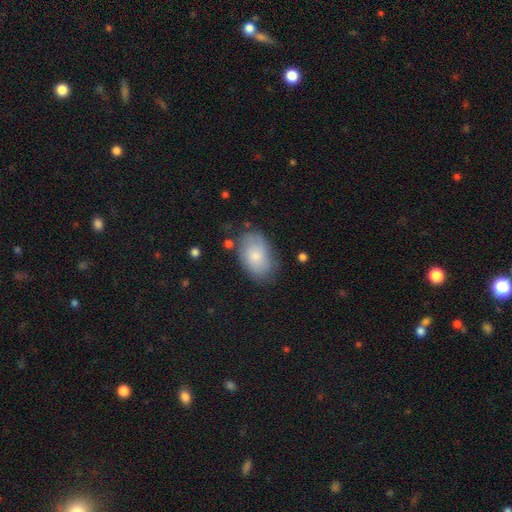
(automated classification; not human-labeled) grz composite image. It shows a smooth galaxy with no disk features (70%) that is in between round and cigar-shaped (90%). Merging: none (69%).